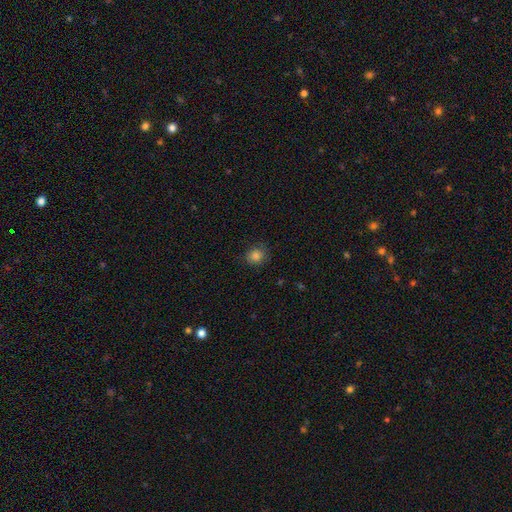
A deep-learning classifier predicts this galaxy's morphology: smooth_or_featured: smooth (p=0.83) [alt: star or artifact p=0.12]
how_rounded: round (p=0.77) [alt: in between p=0.22]
merging: none (p=0.79) [alt: minor disturbance p=0.15]